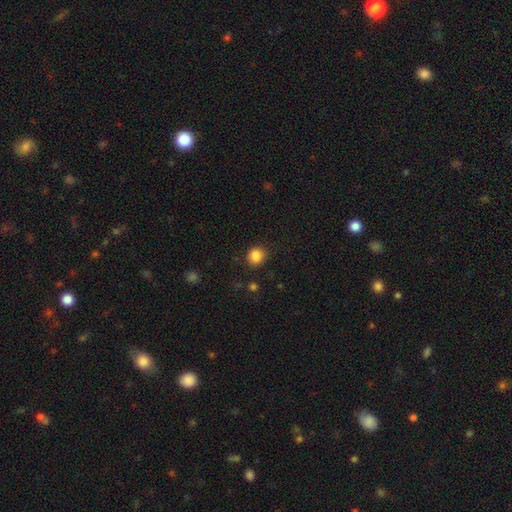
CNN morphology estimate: smooth_or_featured: smooth (p=0.86) [alt: star or artifact p=0.11]
how_rounded: round (p=0.75) [alt: in between p=0.24]
merging: none (p=0.82) [alt: minor disturbance p=0.12]